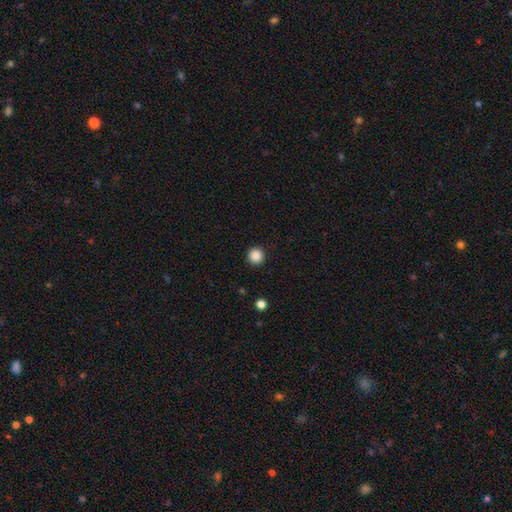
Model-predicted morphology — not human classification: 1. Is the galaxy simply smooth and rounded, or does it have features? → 87% smooth, 10% star or artifact, 2% featured or disk.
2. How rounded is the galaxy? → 96% round, 3% in between, 1% cigar-shaped.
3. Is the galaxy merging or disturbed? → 93% none, 4% minor disturbance, 2% major disturbance, 1% merger.